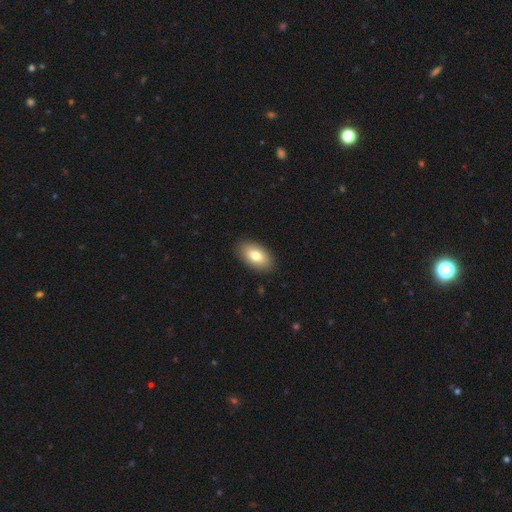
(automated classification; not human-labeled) Smooth or featured?
  - smooth: 79% *
  - featured or disk: 14%
  - star or artifact: 7%
How rounded?
  - in between: 94% *
  - round: 4%
  - cigar-shaped: 2%
Merging?
  - none: 89% *
  - minor disturbance: 8%
  - major disturbance: 2%
  - merger: 1%